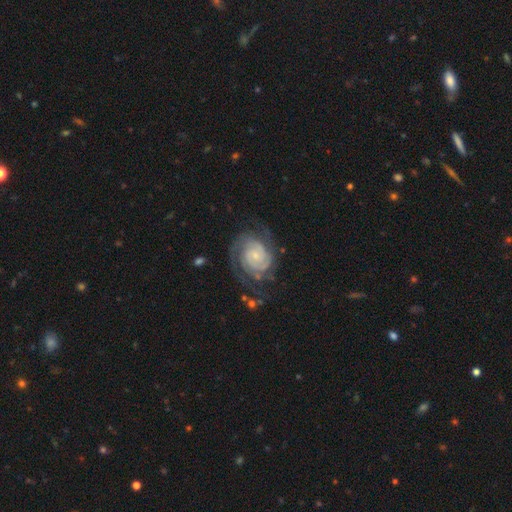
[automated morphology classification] featured or disk 89%, smooth 6%, star or artifact 5%. Down the decision tree: edge-on disk — no (98%); bar — no (68%); spiral arms — yes (98%); spiral arm count — 2 (45%); spiral winding — tight (72%); bulge size — small (75%); merging — none (67%).